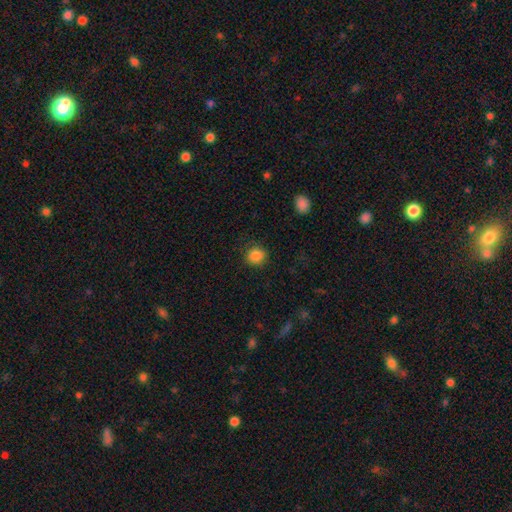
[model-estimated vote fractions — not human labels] Smooth or featured?
  - smooth: 86% *
  - star or artifact: 10%
  - featured or disk: 4%
How rounded?
  - round: 88% *
  - in between: 11%
  - cigar-shaped: 1%
Merging?
  - none: 87% *
  - minor disturbance: 9%
  - major disturbance: 3%
  - merger: 1%